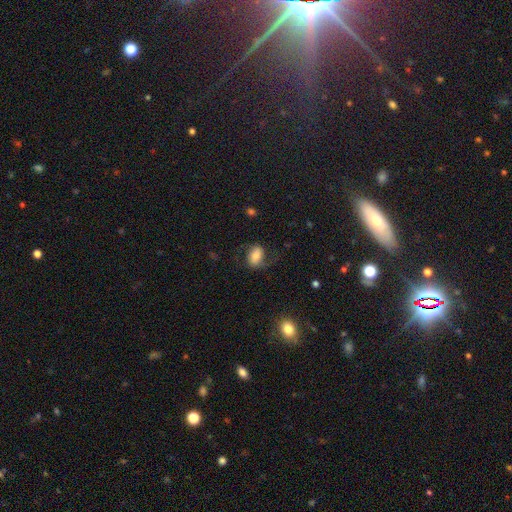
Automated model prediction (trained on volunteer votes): The model was most divided on "smooth or featured": featured or disk: 46%, smooth: 44%, star or artifact: 9%. More confident: merging — none (65%).